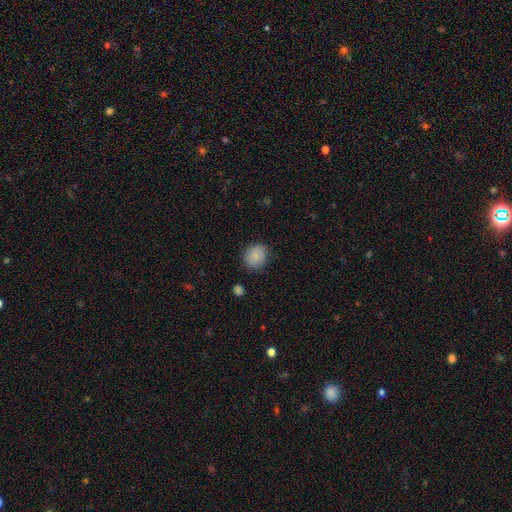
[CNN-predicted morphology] A smooth galaxy with no disk features (85%) that is round (78%). Merging: none (81%).